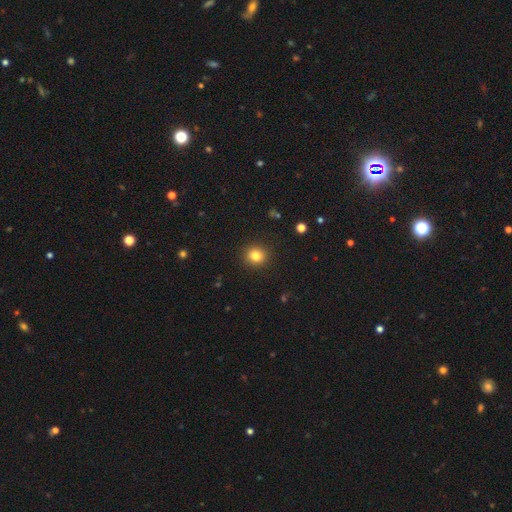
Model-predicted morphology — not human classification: Smooth or featured? smooth (81%)
How rounded? round (89%)
Merging? none (91%)